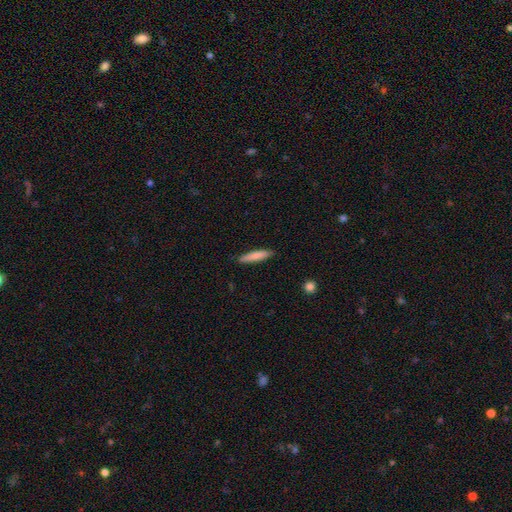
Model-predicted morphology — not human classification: smooth-or-featured: smooth: 82% | featured or disk: 13% | star or artifact: 6%
  how-rounded: cigar-shaped: 86% | in between: 12% | round: 1%
  merging: none: 86% | minor disturbance: 11% | major disturbance: 2% | merger: 1%